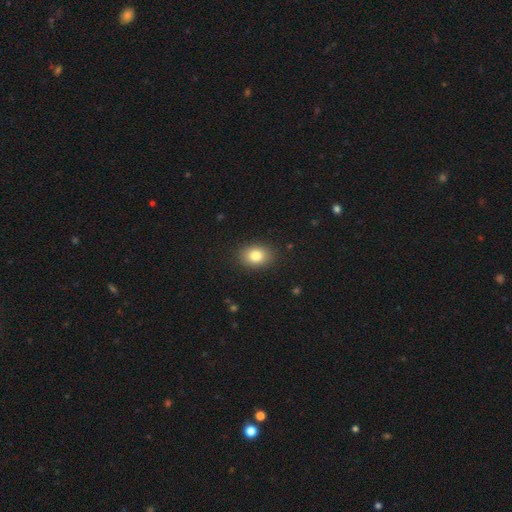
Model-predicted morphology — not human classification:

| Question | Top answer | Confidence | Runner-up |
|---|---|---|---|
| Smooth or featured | smooth | 82% | star or artifact (9%) |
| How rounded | in between | 65% | round (34%) |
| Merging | none | 88% | minor disturbance (8%) |